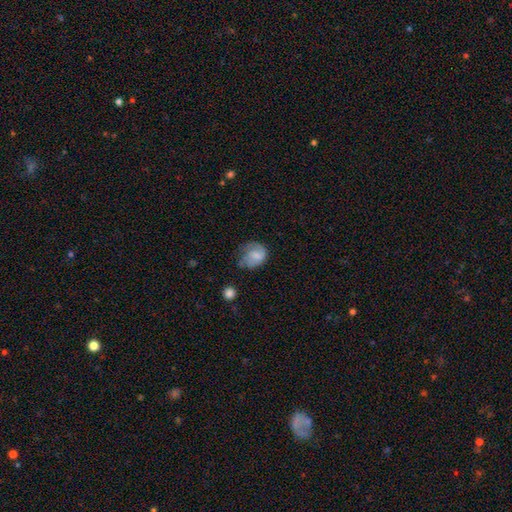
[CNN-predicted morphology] smooth_or_featured: smooth (p=0.68) [alt: featured or disk p=0.23]
how_rounded: round (p=0.58) [alt: in between p=0.41]
merging: minor disturbance (p=0.37) [alt: none p=0.35]